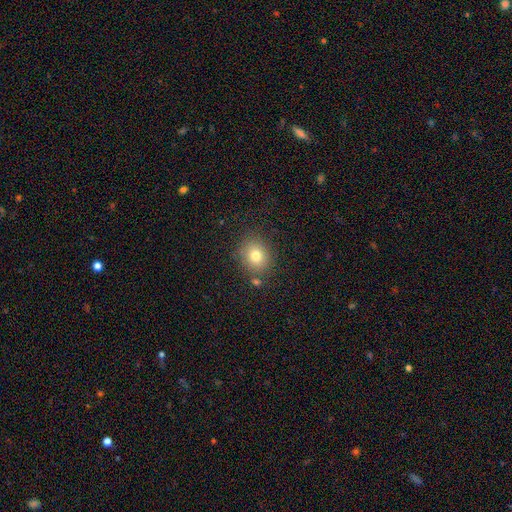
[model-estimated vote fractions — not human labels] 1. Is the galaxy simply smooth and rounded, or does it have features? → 77% smooth, 13% star or artifact, 10% featured or disk.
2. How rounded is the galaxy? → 73% round, 26% in between, 1% cigar-shaped.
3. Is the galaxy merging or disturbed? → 81% none, 11% minor disturbance, 5% merger, 4% major disturbance.